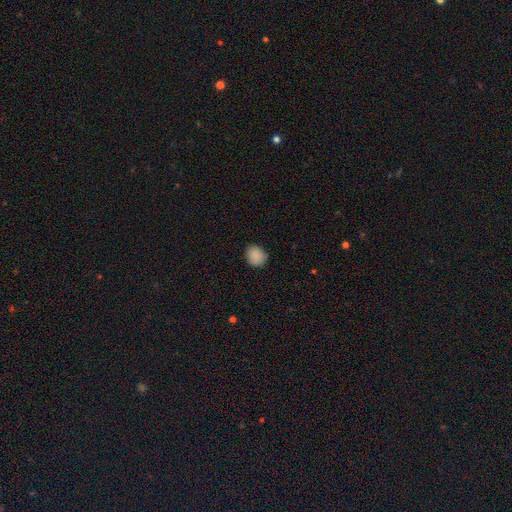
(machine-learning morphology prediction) Overall: smooth (89%). How rounded: round (68%; in between 31%). Merging: none (86%).